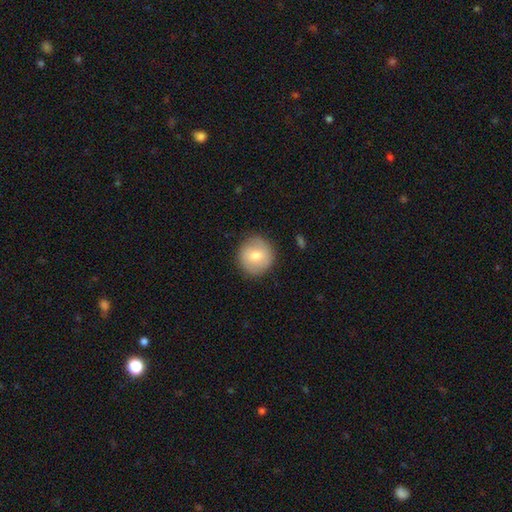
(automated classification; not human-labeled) Smooth or featured? smooth (73%)
How rounded? round (93%)
Merging? none (87%)